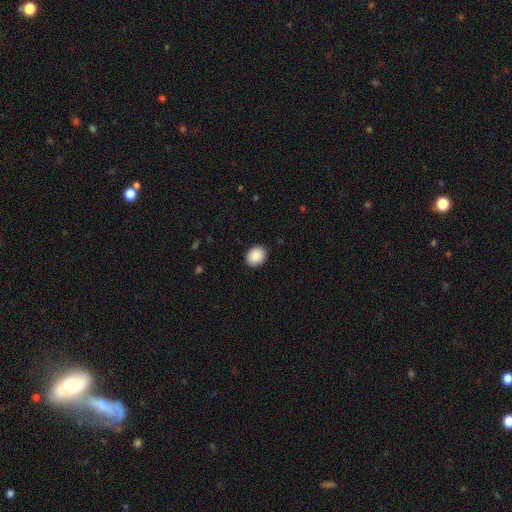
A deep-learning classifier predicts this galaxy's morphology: Smooth or featured? Predicted: smooth (p=0.89). How rounded? Predicted: round (p=0.53). Merging? Predicted: none (p=0.91).